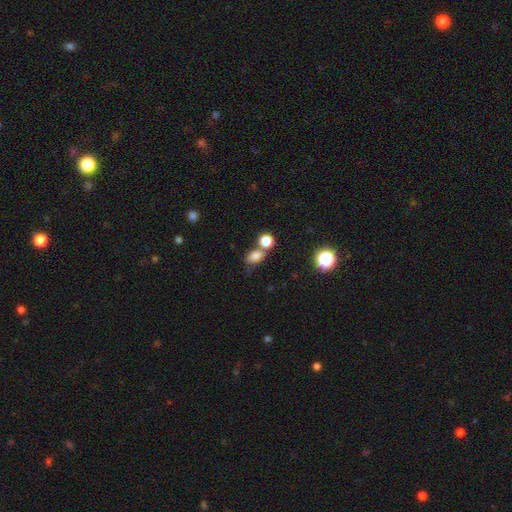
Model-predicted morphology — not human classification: smooth_or_featured: smooth (p=0.79) [alt: star or artifact p=0.13]
how_rounded: in between (p=0.66) [alt: round p=0.32]
merging: none (p=0.44) [alt: merger p=0.38]